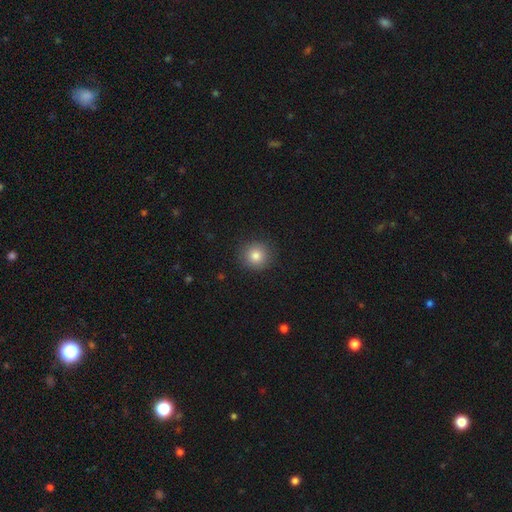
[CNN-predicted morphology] smooth_or_featured: smooth (p=0.82) [alt: star or artifact p=0.11]
how_rounded: round (p=0.92) [alt: in between p=0.07]
merging: none (p=0.90) [alt: minor disturbance p=0.07]